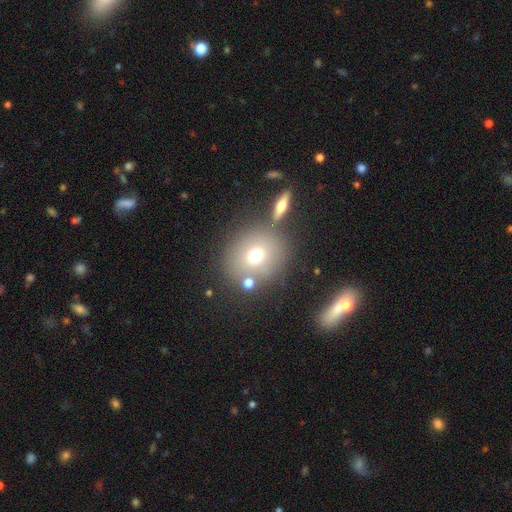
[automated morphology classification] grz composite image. It shows a smooth galaxy with no disk features (67%) that is round (77%). Merging: none (72%).